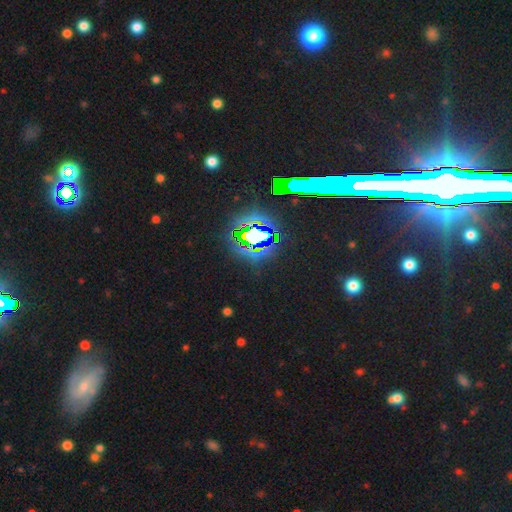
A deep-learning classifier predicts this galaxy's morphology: Smooth or featured?
  - star or artifact: 77% *
  - featured or disk: 12%
  - smooth: 10%